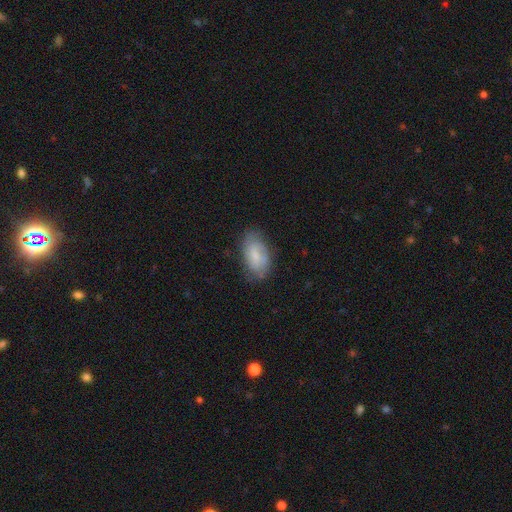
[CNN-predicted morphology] Overall: smooth (54%; featured or disk 39%). How rounded: in between (92%). Merging: none (69%).